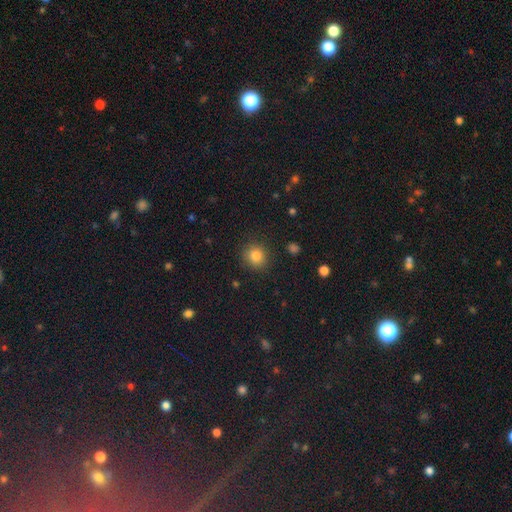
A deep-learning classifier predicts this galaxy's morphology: This is clearly a smooth galaxy (83%). How rounded: clearly round (88%). Merging: clearly none (88%).